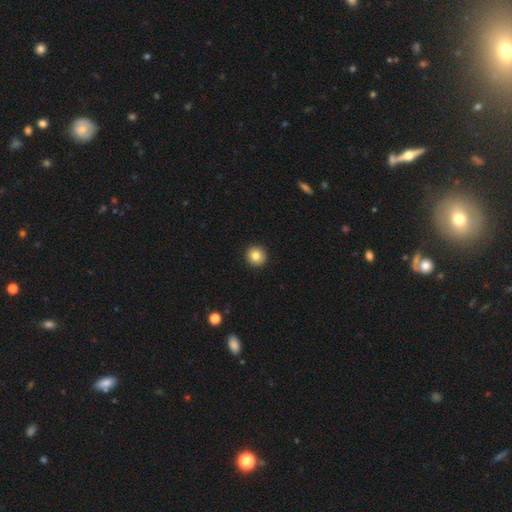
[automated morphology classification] smooth-or-featured: smooth: 83% | star or artifact: 9% | featured or disk: 8%
  how-rounded: round: 95% | in between: 4% | cigar-shaped: 1%
  merging: none: 93% | minor disturbance: 4% | major disturbance: 1% | merger: 1%